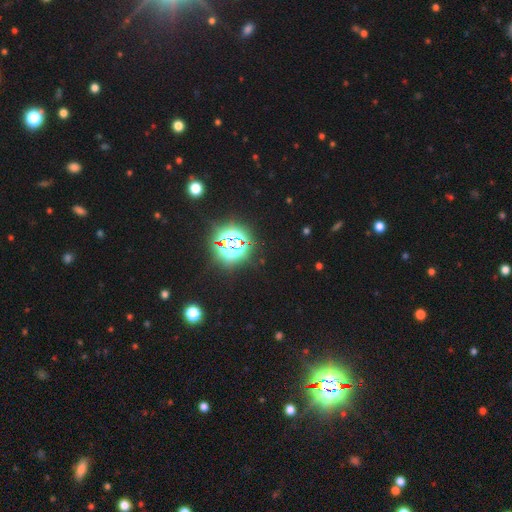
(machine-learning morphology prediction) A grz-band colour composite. It shows a star or artifact, not a galaxy (82%).